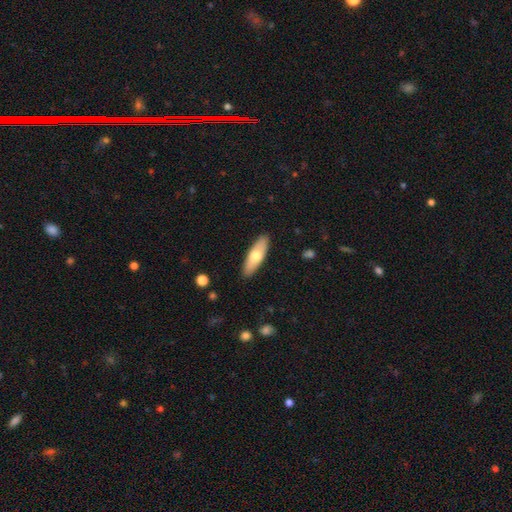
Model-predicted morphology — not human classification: Smooth or featured: smooth — 63% (featured or disk — 32%)
How rounded: in between — 54% (cigar-shaped — 44%)
Merging: none — 89% (minor disturbance — 8%)